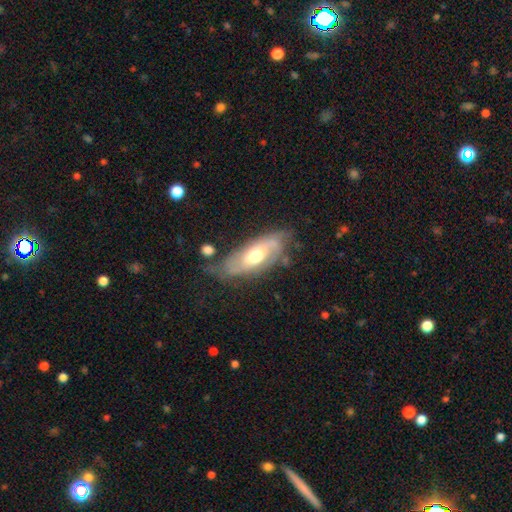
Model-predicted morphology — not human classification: type=featured or disk (65%); edge-on=no (82%); bar=no (64%); spiral arms=yes (75%); bulge=moderate (71%); merging=none (58%).